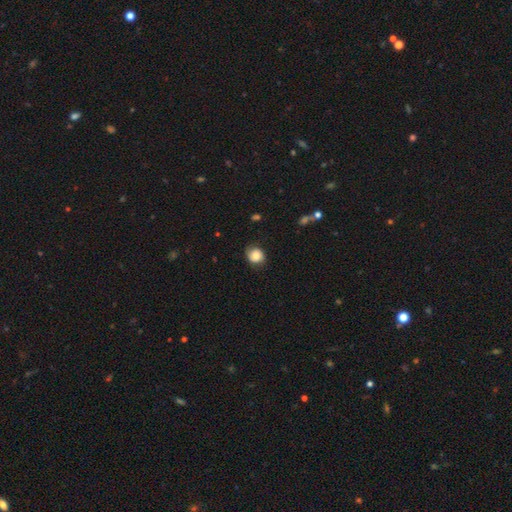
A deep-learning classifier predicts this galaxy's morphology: This is likely a smooth galaxy (78%). How rounded: likely round (77%). Merging: likely none (75%).